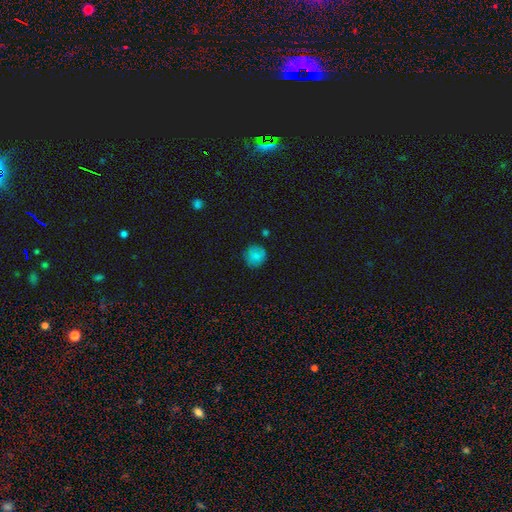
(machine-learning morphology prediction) smooth_or_featured: smooth (p=0.82) [alt: star or artifact p=0.10]
how_rounded: round (p=0.90) [alt: in between p=0.09]
merging: none (p=0.81) [alt: minor disturbance p=0.14]